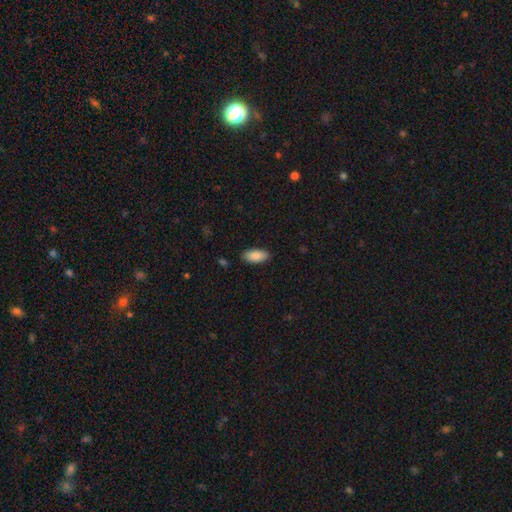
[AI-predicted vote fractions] smooth-or-featured: smooth: 89% | star or artifact: 6% | featured or disk: 5%
  how-rounded: in between: 91% | cigar-shaped: 7% | round: 2%
  merging: none: 87% | minor disturbance: 9% | major disturbance: 2% | merger: 1%